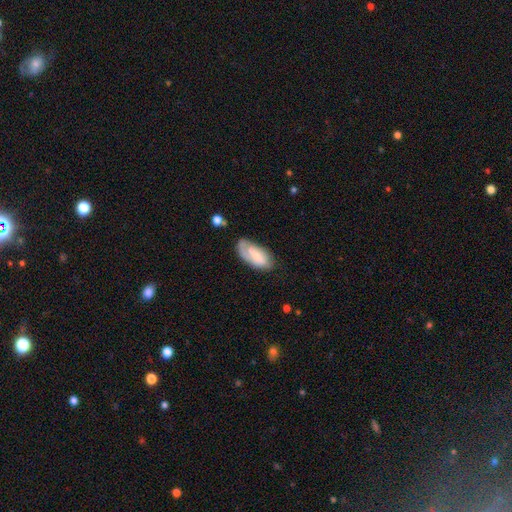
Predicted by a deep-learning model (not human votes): smooth_or_featured: featured or disk (p=0.47) [alt: smooth p=0.46]
merging: none (p=0.55) [alt: minor disturbance p=0.26]